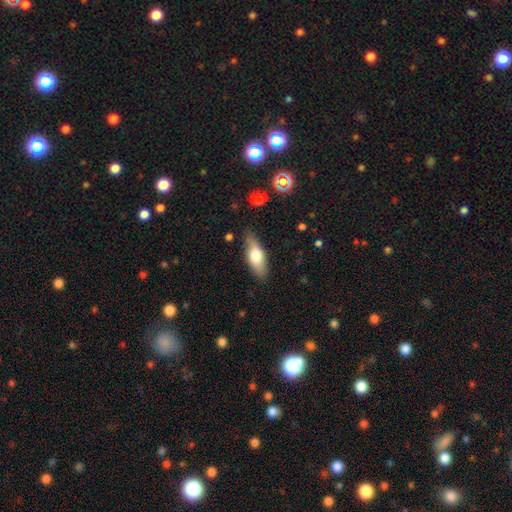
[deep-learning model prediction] Smooth or featured: smooth — 70% (featured or disk — 24%)
How rounded: in between — 71% (cigar-shaped — 26%)
Merging: none — 83% (minor disturbance — 13%)